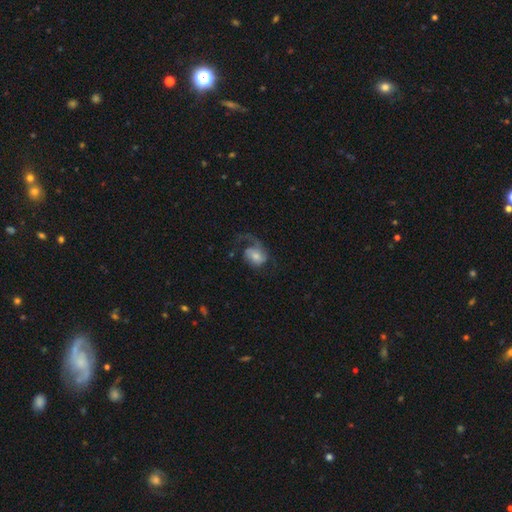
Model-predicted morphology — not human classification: This is likely a featured or disk galaxy (60%). It is clearly not viewed edge-on (97%). Bar: likely no (65%). Spiral arm pattern: clearly yes (87%). Spiral arm count: possibly 1 (59%). Spiral winding: possibly loose (52%). Central bulge: marginally moderate (44%). Merging: marginally major disturbance (43%).